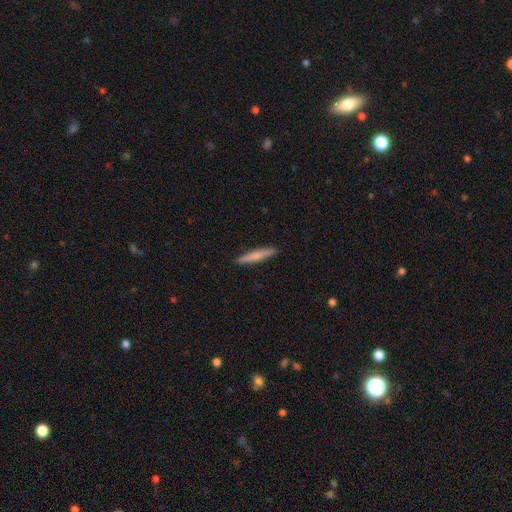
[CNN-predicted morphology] Smooth or featured: smooth — 70% (featured or disk — 24%)
How rounded: cigar-shaped — 93% (in between — 6%)
Merging: none — 92% (minor disturbance — 6%)